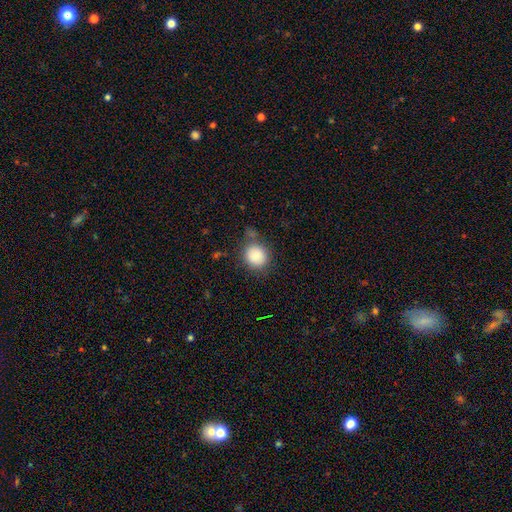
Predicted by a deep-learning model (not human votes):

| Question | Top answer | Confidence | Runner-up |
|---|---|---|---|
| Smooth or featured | smooth | 88% | star or artifact (8%) |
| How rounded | round | 80% | in between (20%) |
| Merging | none | 71% | minor disturbance (15%) |